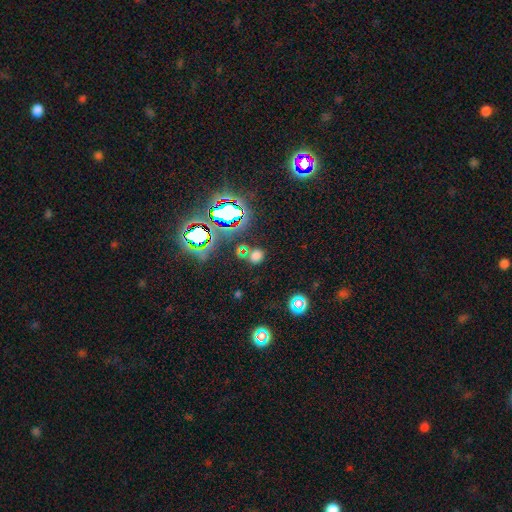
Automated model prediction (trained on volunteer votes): Smooth or featured? Predicted: smooth (p=0.59). How rounded? Predicted: round (p=0.78). Merging? Predicted: none (p=0.77).